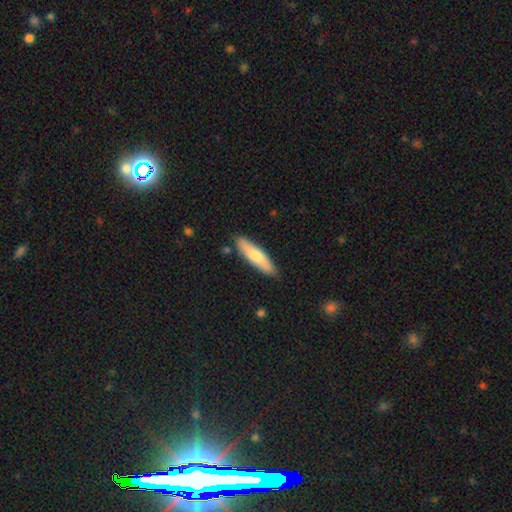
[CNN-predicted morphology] Smooth or featured: smooth — 72% (featured or disk — 23%)
How rounded: cigar-shaped — 70% (in between — 28%)
Merging: none — 86% (minor disturbance — 10%)